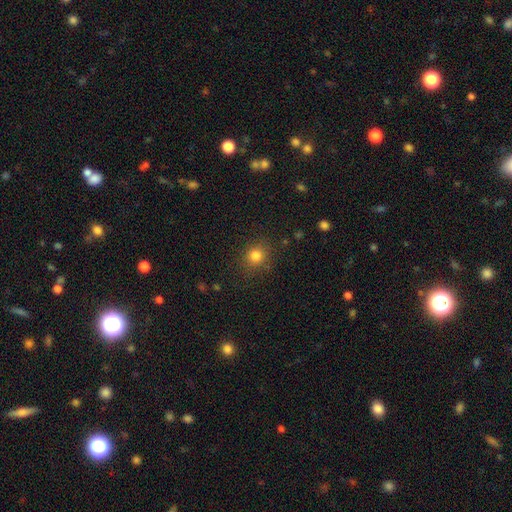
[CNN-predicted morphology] Q: Smooth or featured?
A: smooth (81%); runner-up: star or artifact (13%)
Q: How rounded?
A: round (83%); runner-up: in between (16%)
Q: Merging?
A: none (85%); runner-up: minor disturbance (10%)